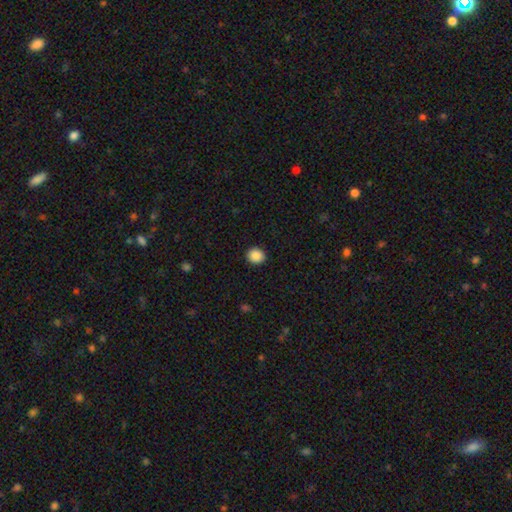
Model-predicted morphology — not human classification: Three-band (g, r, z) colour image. It shows a smooth galaxy with no disk features (89%) that is round (78%). Merging: none (91%).